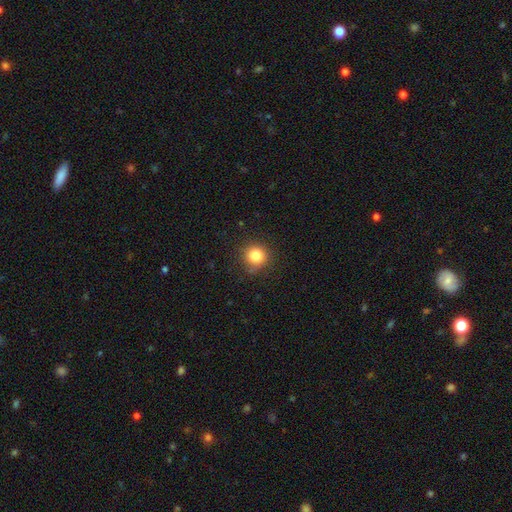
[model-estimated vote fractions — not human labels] smooth 84%, star or artifact 12%, featured or disk 5%. Down the decision tree: how rounded — round (92%); merging — none (84%).